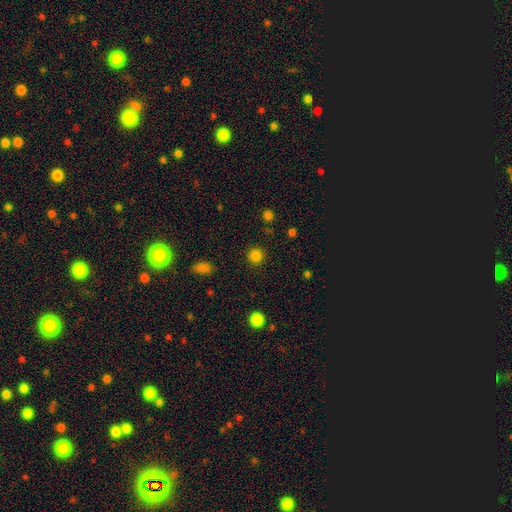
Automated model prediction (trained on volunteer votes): smooth-or-featured: smooth: 83% | star or artifact: 13% | featured or disk: 3%
  how-rounded: round: 94% | in between: 5% | cigar-shaped: 1%
  merging: none: 91% | minor disturbance: 5% | major disturbance: 2% | merger: 1%